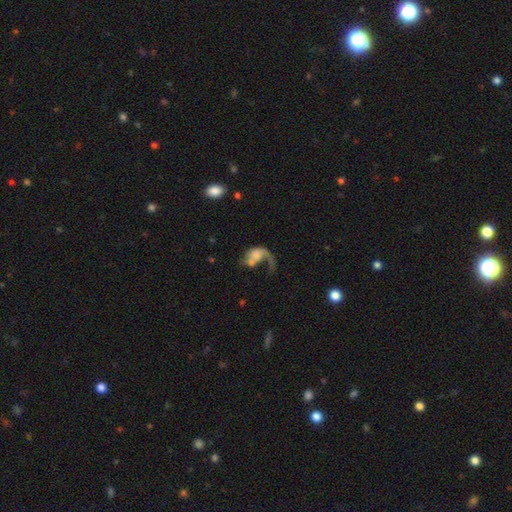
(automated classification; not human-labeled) Q: Smooth or featured?
A: featured or disk (57%); runner-up: smooth (34%)
Q: Edge-on disk?
A: no (97%); runner-up: yes (3%)
Q: Bar?
A: no (76%); runner-up: weak (20%)
Q: Spiral arms?
A: yes (71%); runner-up: no (29%)
Q: Bulge size?
A: none (33%); runner-up: small (27%)
Q: Merging?
A: major disturbance (51%); runner-up: none (21%)